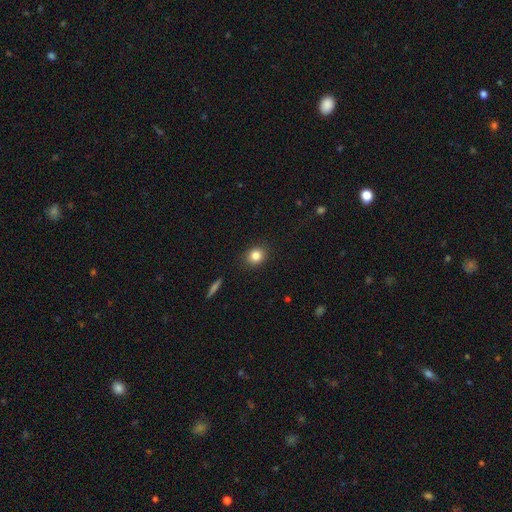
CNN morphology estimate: type=smooth (83%); roundness=round (71%); merging=none (89%).